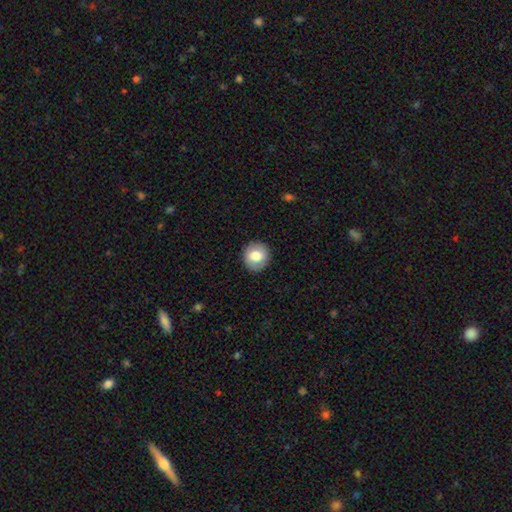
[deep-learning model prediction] This is likely a smooth galaxy (75%). How rounded: clearly round (84%). Merging: clearly none (89%).